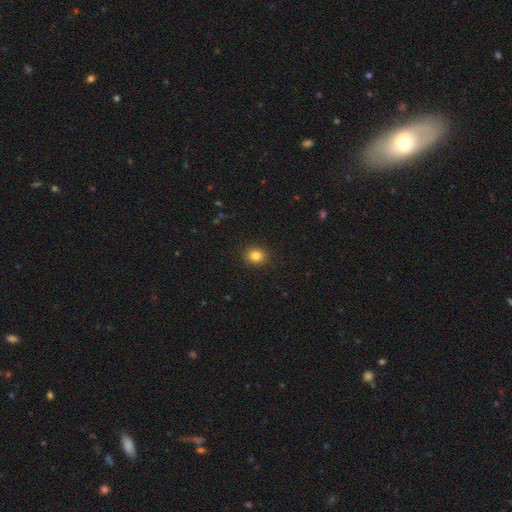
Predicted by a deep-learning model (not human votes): Smooth or featured: smooth — 83% (star or artifact — 11%)
How rounded: round — 71% (in between — 28%)
Merging: none — 91% (minor disturbance — 6%)